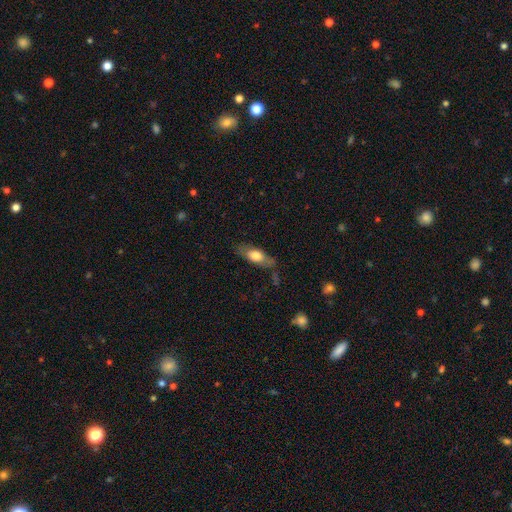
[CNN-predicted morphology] smooth_or_featured: smooth (p=0.65) [alt: featured or disk p=0.28]
how_rounded: in between (p=0.68) [alt: cigar-shaped p=0.28]
merging: none (p=0.70) [alt: minor disturbance p=0.21]